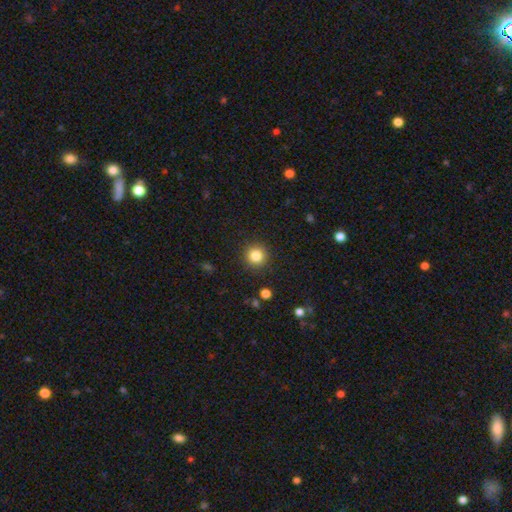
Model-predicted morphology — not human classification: A smooth galaxy with no disk features (84%) that is round (94%). Merging: none (91%).